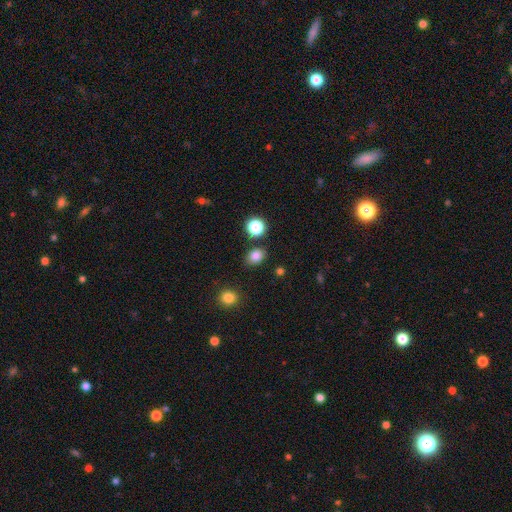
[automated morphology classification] This appears to be a smooth galaxy with no disk features (81%) that is in between round and cigar-shaped (62%). Merging: none (84%).